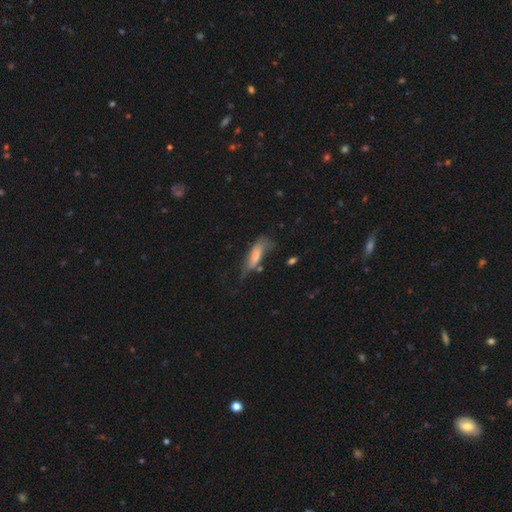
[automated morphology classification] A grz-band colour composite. It shows a smooth galaxy with no disk features (65%) that is in between round and cigar-shaped (56%). Merging: minor disturbance (33%).